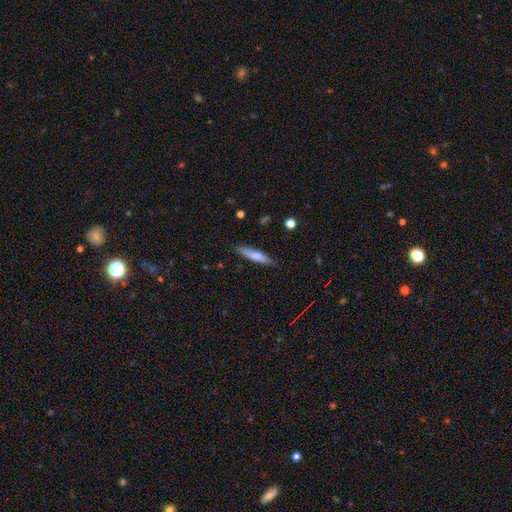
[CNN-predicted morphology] Overall: smooth (71%). How rounded: cigar-shaped (87%). Merging: none (84%).